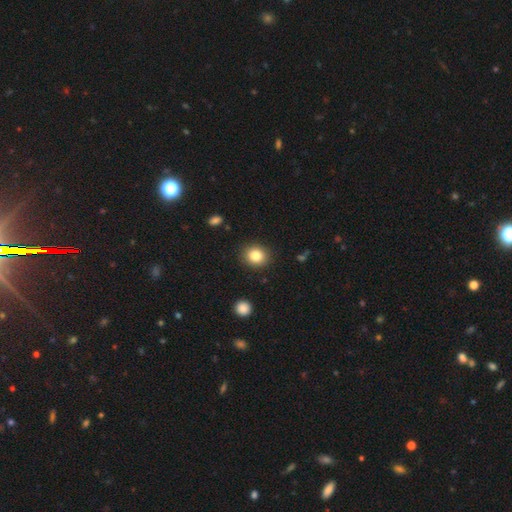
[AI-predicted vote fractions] Morphology: type=smooth (83%); roundness=round (70%); merging=none (88%).